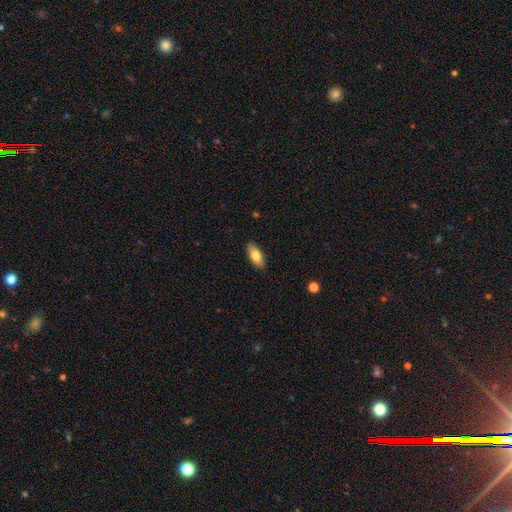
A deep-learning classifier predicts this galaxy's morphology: smooth_or_featured: smooth (p=0.80) [alt: featured or disk p=0.14]
how_rounded: in between (p=0.86) [alt: cigar-shaped p=0.12]
merging: none (p=0.88) [alt: minor disturbance p=0.09]